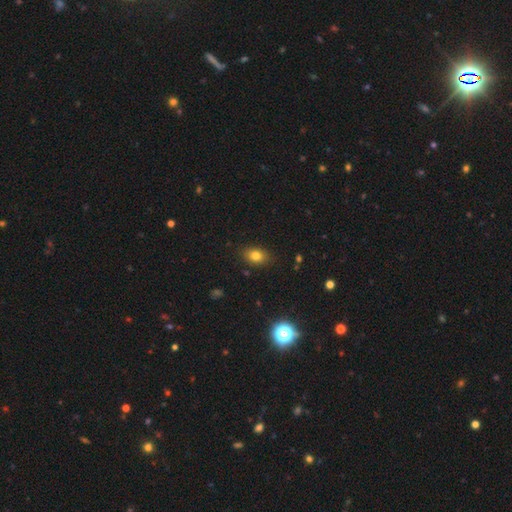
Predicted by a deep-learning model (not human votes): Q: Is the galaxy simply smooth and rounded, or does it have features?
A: smooth — 78%.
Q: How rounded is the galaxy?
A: in between — 76%.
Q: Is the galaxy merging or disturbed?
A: none — 85%.